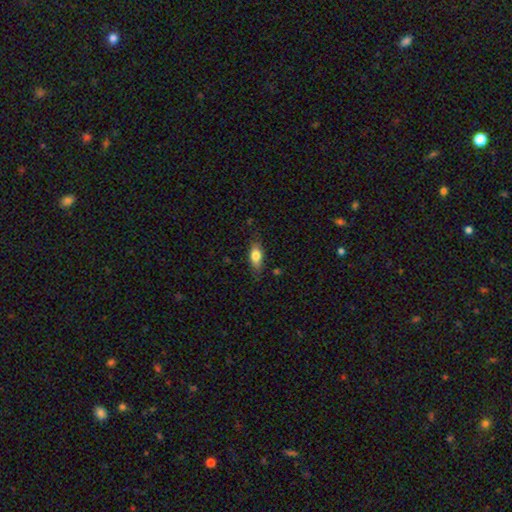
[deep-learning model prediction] Smooth or featured? smooth (76%)
How rounded? in between (81%)
Merging? none (78%)